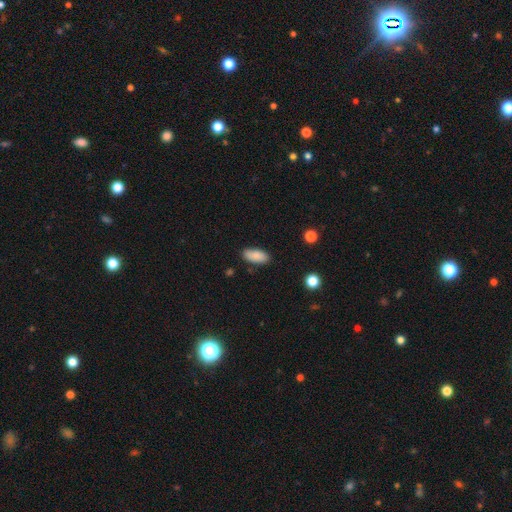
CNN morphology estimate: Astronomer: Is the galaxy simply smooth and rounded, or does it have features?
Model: smooth — 88%.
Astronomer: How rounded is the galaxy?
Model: in between — 87%.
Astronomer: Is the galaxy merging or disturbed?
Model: none — 84%.